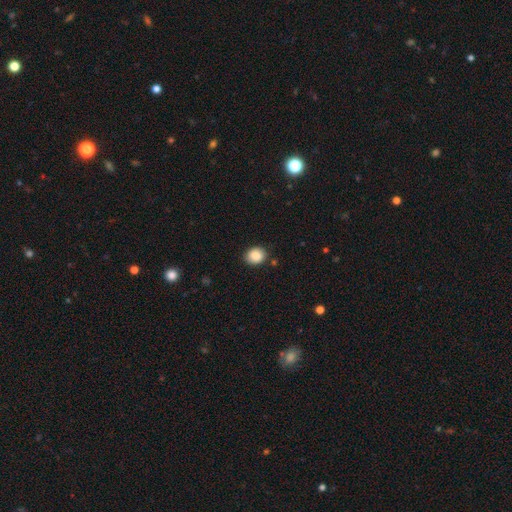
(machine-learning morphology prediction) smooth 87%, star or artifact 8%, featured or disk 5%. Down the decision tree: how rounded — round (63%); merging — none (86%).